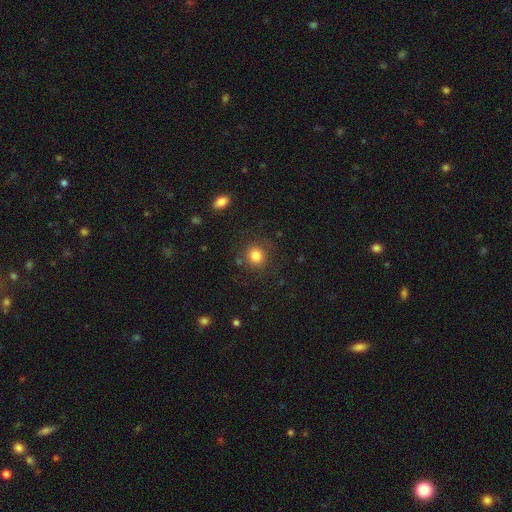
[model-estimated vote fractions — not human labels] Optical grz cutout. It shows a smooth galaxy with no disk features (82%) that is round (89%). Merging: none (84%).